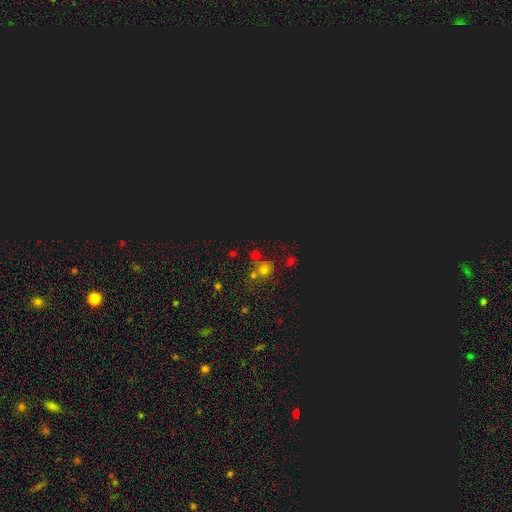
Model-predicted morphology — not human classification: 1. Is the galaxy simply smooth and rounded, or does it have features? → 46% smooth (tied), 46% star or artifact (tied), 8% featured or disk.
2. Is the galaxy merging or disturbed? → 62% none, 24% merger, 9% minor disturbance, 4% major disturbance.